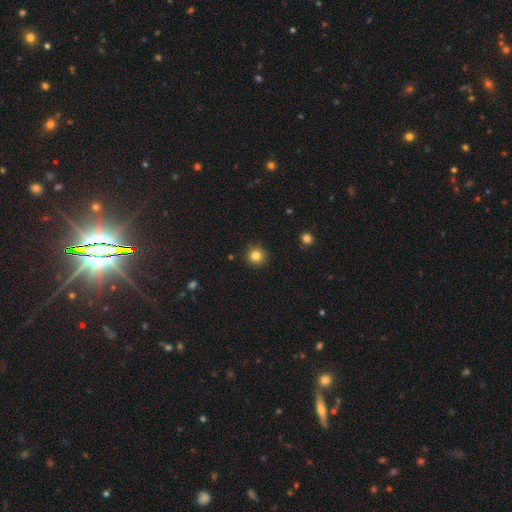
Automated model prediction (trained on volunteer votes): Smooth or featured? Predicted: smooth (p=0.83). How rounded? Predicted: round (p=0.94). Merging? Predicted: none (p=0.91).